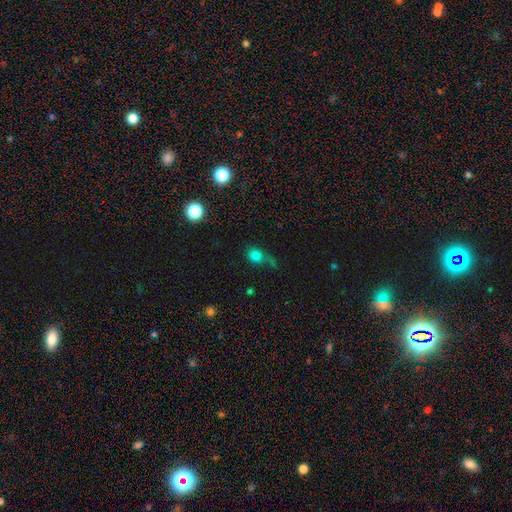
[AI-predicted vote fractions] Overall: smooth (74%). How rounded: round (63%; in between 35%). Merging: none (37%; major disturbance 30%).